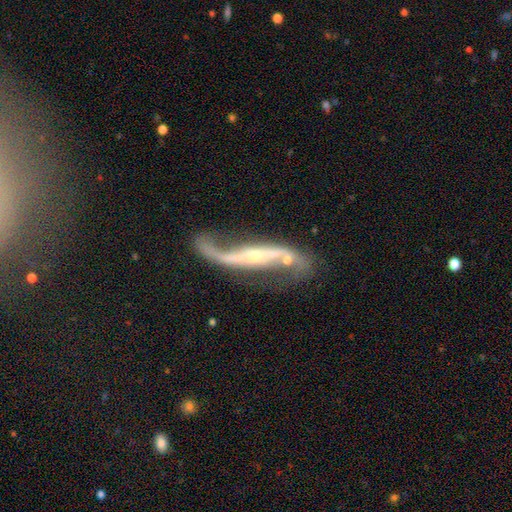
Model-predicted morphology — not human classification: Overall: featured or disk (87%). Edge-on disk: no (77%). Bar: strong (42%; no 32%). Spiral arms: yes (91%). Spiral arm count: 2 (87%). Spiral winding: loose (90%). Bulge size: small (63%; moderate 29%). Merging: none (47%; major disturbance 20%).